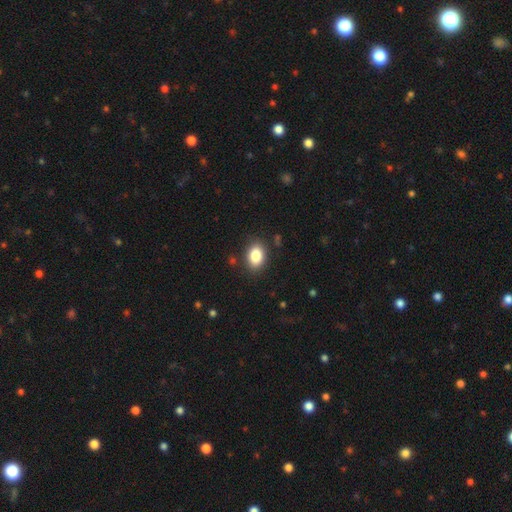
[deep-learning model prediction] Smooth or featured?
  - smooth: 85% *
  - star or artifact: 9%
  - featured or disk: 7%
How rounded?
  - in between: 79% *
  - round: 20%
  - cigar-shaped: 1%
Merging?
  - none: 85% *
  - minor disturbance: 10%
  - major disturbance: 3%
  - merger: 2%